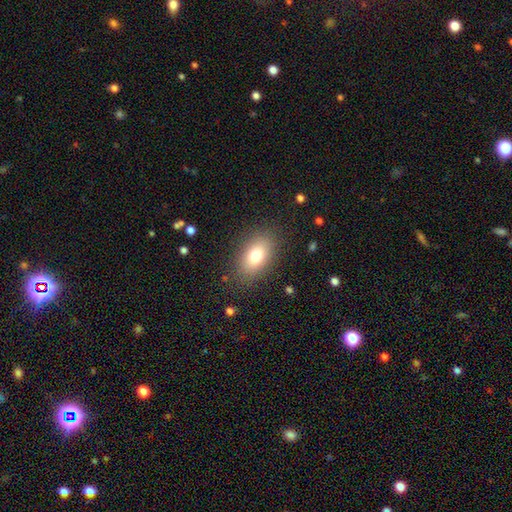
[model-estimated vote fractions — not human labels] smooth-or-featured: smooth: 77% | featured or disk: 13% | star or artifact: 10%
  how-rounded: in between: 87% | round: 10% | cigar-shaped: 3%
  merging: none: 85% | minor disturbance: 10% | major disturbance: 4% | merger: 1%